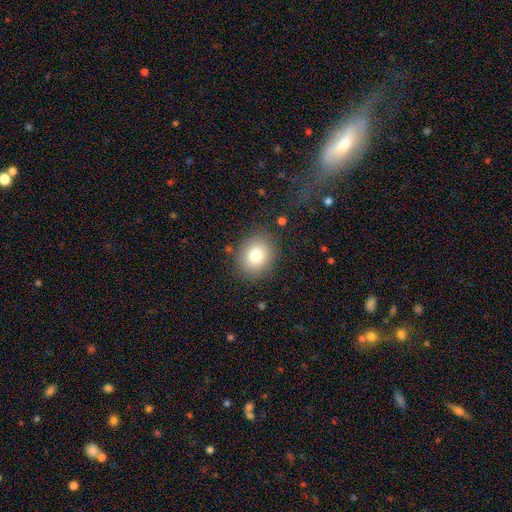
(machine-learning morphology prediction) This appears to be a smooth galaxy with no disk features (78%) that is round (71%). Merging: none (85%).